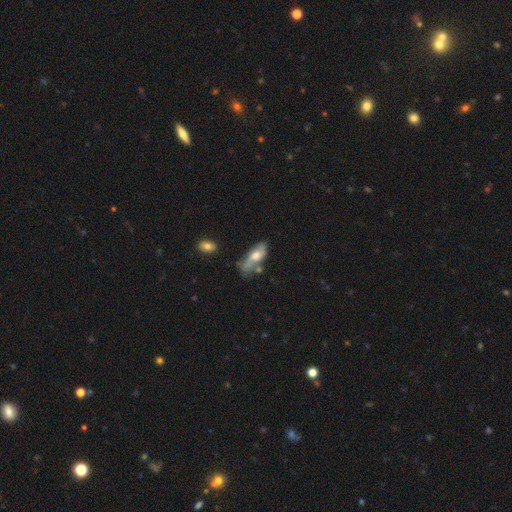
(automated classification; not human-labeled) smooth-or-featured: featured or disk: 50% | smooth: 42% | star or artifact: 7%
  disk-edge-on: no: 74% | yes: 26%
  merging: none: 40% | minor disturbance: 28% | major disturbance: 18% | merger: 14%